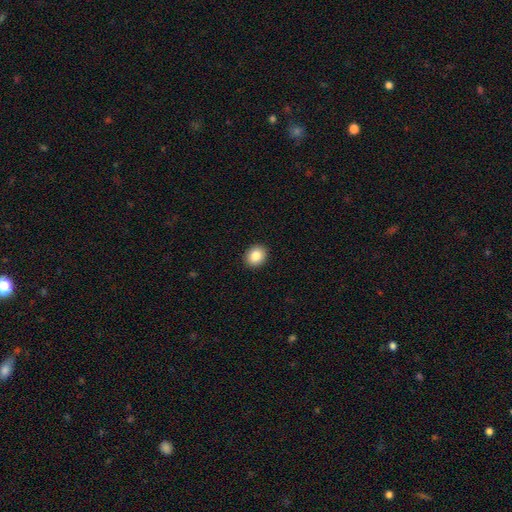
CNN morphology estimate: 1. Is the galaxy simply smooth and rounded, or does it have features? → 85% smooth, 9% star or artifact, 6% featured or disk.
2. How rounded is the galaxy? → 67% round, 33% in between, 1% cigar-shaped.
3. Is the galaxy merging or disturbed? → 92% none, 5% minor disturbance, 1% major disturbance, 1% merger.